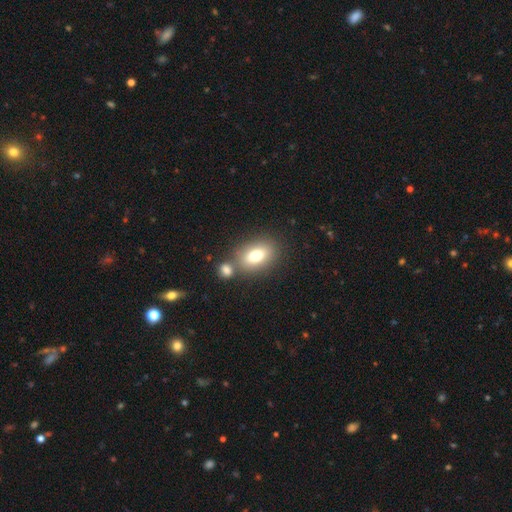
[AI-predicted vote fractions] Smooth or featured: smooth — 76% (featured or disk — 15%)
How rounded: in between — 82% (round — 16%)
Merging: none — 64% (merger — 22%)